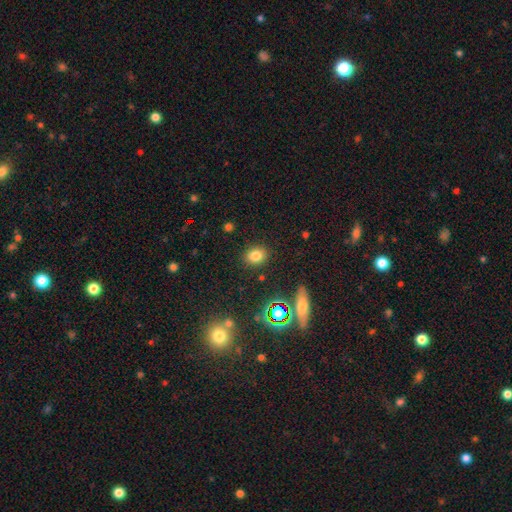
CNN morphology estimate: smooth 78%, star or artifact 14%, featured or disk 7%. Down the decision tree: how rounded — round (50%); merging — none (87%).